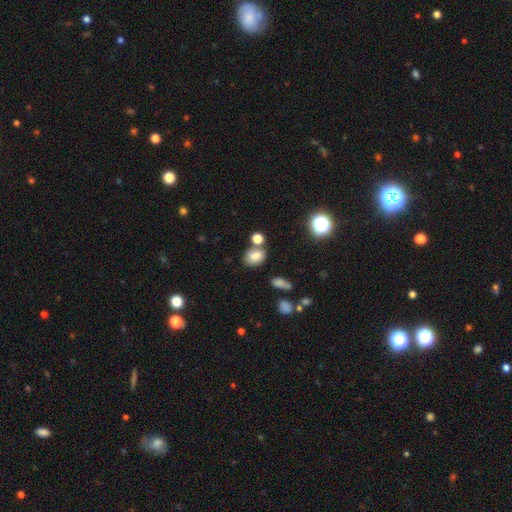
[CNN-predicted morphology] This appears to be a smooth galaxy with no disk features (78%) that is in between round and cigar-shaped (64%). Merging: none (64%).